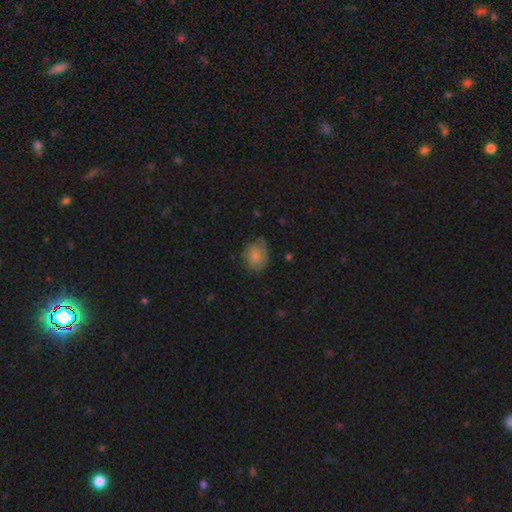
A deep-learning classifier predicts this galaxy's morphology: Smooth or featured? smooth (80%)
How rounded? round (58%)
Merging? none (61%)